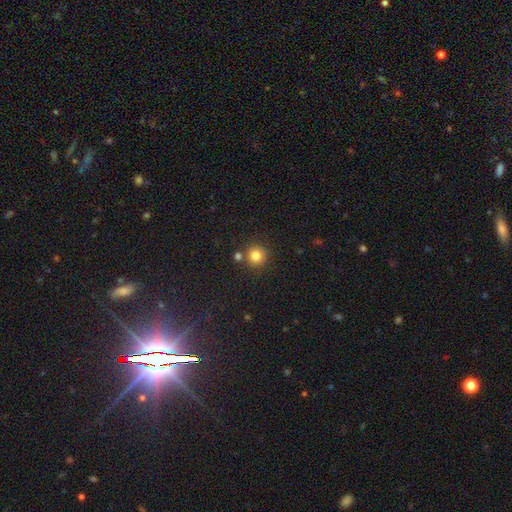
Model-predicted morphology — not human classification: This appears to be a smooth galaxy with no disk features (82%) that is round (94%). Merging: none (81%).